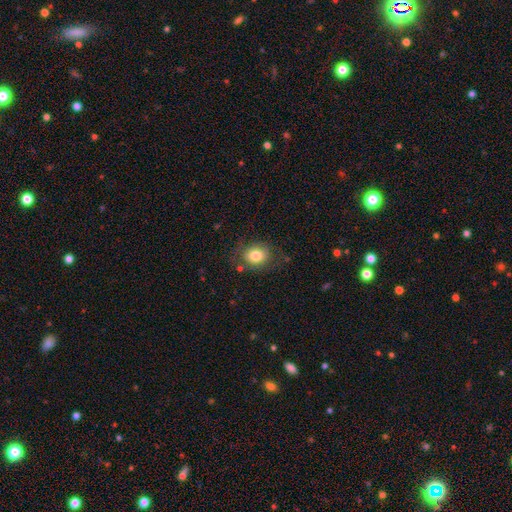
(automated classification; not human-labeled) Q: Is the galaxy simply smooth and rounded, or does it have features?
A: smooth — 79%.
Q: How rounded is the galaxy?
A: round — 51%.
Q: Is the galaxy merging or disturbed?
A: none — 73%.